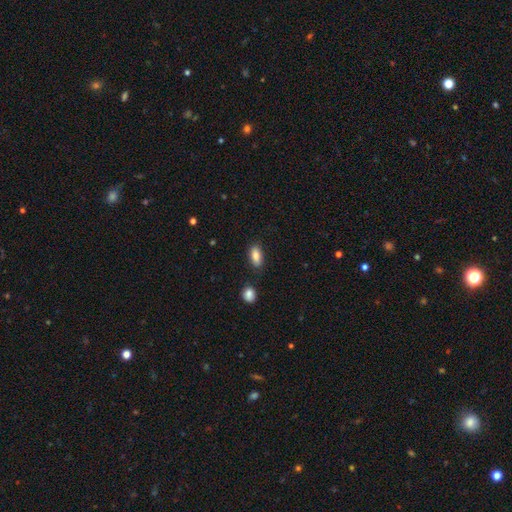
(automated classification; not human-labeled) Smooth or featured? Predicted: smooth (p=0.85). How rounded? Predicted: in between (p=0.87). Merging? Predicted: none (p=0.81).